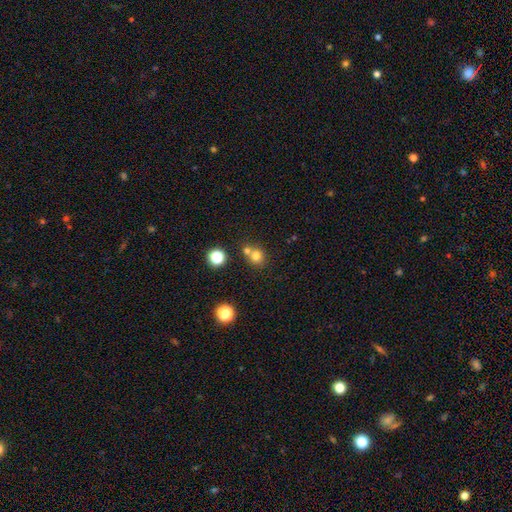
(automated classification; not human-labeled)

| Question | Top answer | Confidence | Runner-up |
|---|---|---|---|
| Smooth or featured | smooth | 75% | star or artifact (16%) |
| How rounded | round | 85% | in between (14%) |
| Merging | none | 52% | merger (39%) |